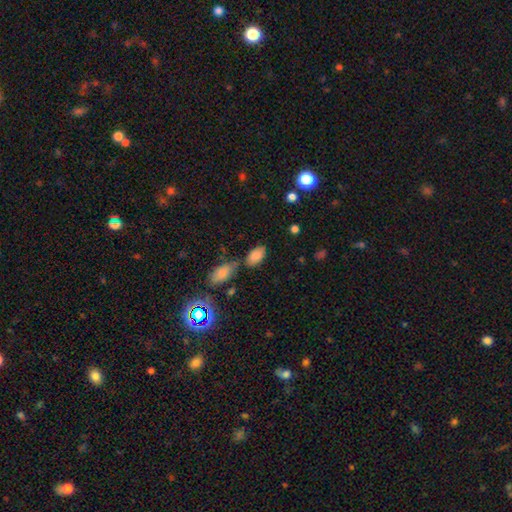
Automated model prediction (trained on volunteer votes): Smooth or featured?
  - smooth: 82% *
  - star or artifact: 10%
  - featured or disk: 8%
How rounded?
  - in between: 93% *
  - round: 5%
  - cigar-shaped: 3%
Merging?
  - none: 64% *
  - minor disturbance: 18%
  - merger: 13%
  - major disturbance: 5%